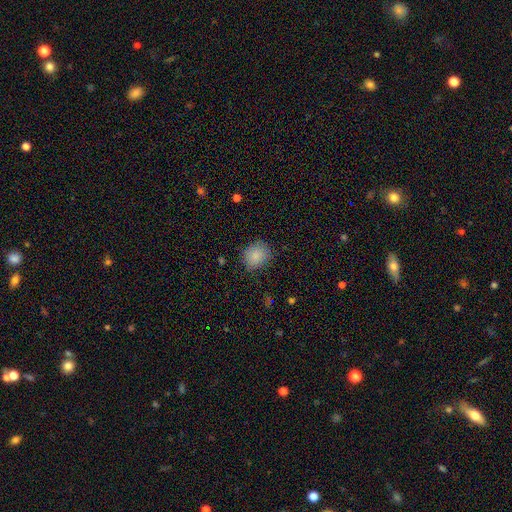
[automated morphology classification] This appears to be a smooth galaxy with no disk features (86%) that is round (66%). Merging: none (81%).